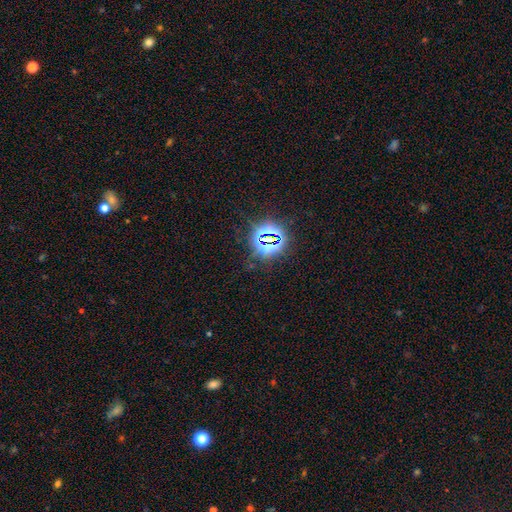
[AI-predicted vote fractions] smooth_or_featured: star or artifact (p=0.80) [alt: smooth p=0.12]